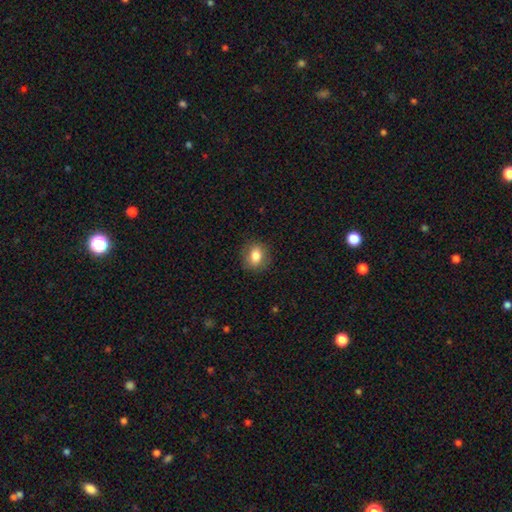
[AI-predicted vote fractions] Smooth or featured? smooth (80%)
How rounded? in between (51%)
Merging? none (84%)